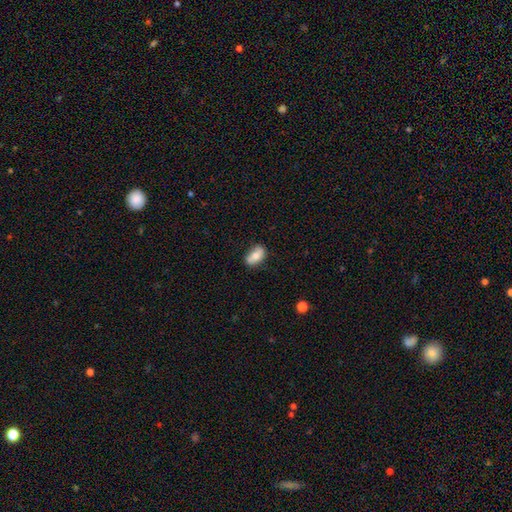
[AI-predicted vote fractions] Q: Smooth or featured?
A: smooth (72%); runner-up: featured or disk (20%)
Q: How rounded?
A: in between (89%); runner-up: round (8%)
Q: Merging?
A: none (73%); runner-up: minor disturbance (20%)